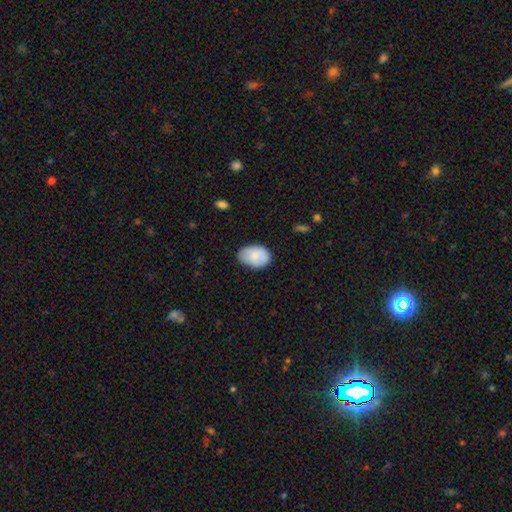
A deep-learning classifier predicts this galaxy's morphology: smooth_or_featured: smooth (p=0.81) [alt: featured or disk p=0.12]
how_rounded: in between (p=0.85) [alt: round p=0.14]
merging: none (p=0.73) [alt: minor disturbance p=0.22]